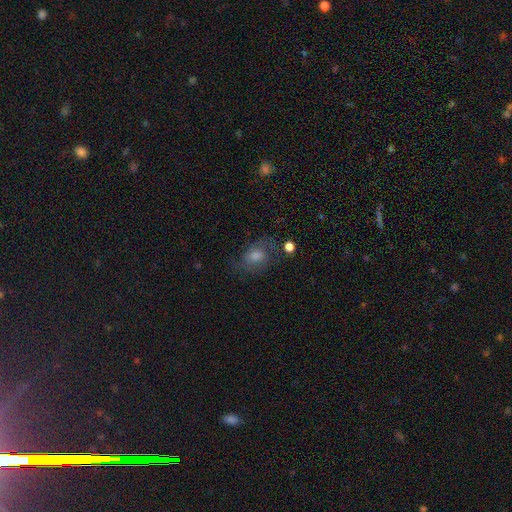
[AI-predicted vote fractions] Smooth or featured: featured or disk — 41% (smooth — 39%)
Merging: none — 66% (minor disturbance — 19%)